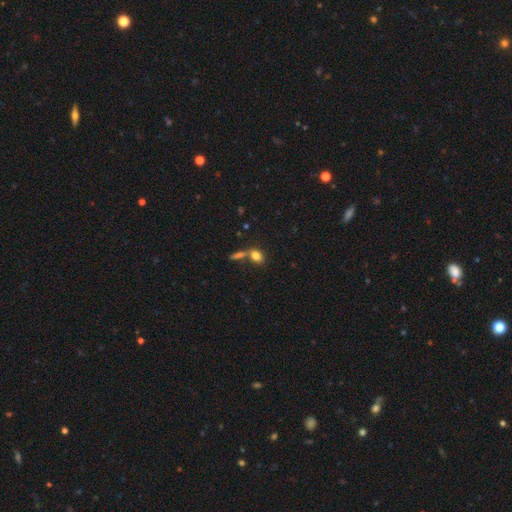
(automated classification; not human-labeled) Smooth or featured? smooth (80%)
How rounded? in between (72%)
Merging? none (50%)